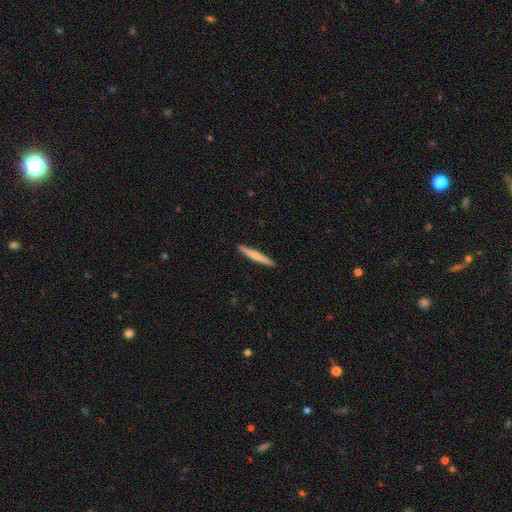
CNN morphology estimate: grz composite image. It shows a smooth galaxy with no disk features (57%) that is cigar-shaped (96%). Merging: none (92%).